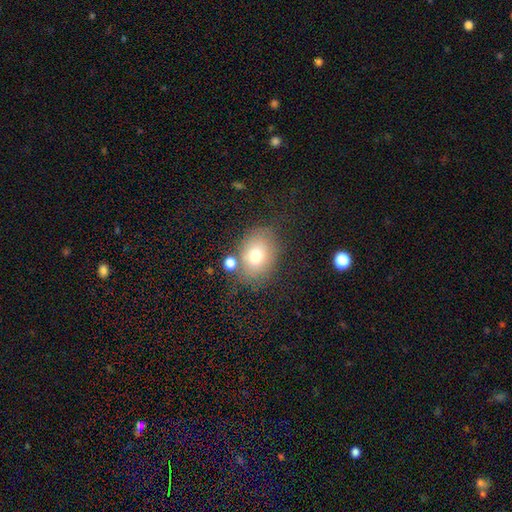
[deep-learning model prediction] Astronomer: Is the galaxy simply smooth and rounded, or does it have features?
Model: smooth — 72%.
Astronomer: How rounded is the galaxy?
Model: in between — 61% (runner-up: round, 38%).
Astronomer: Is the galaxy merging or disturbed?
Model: none — 68%.